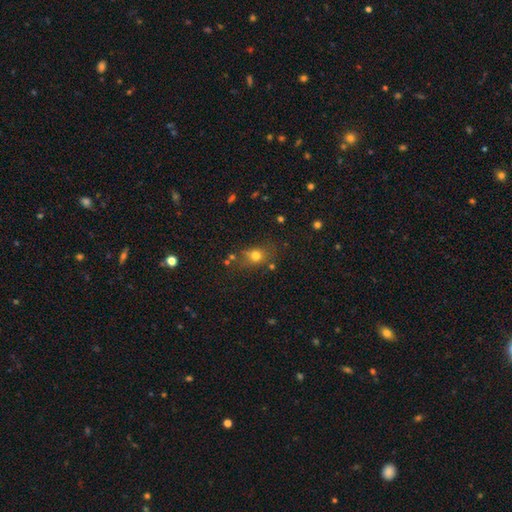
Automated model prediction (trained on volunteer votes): This is likely a smooth galaxy (71%). How rounded: possibly round (57%). Merging: likely none (69%).